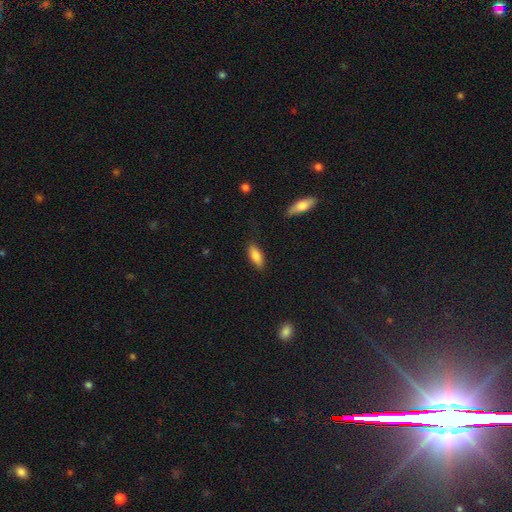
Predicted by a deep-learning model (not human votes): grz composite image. It shows a smooth galaxy with no disk features (81%) that is in between round and cigar-shaped (76%). Merging: none (83%).